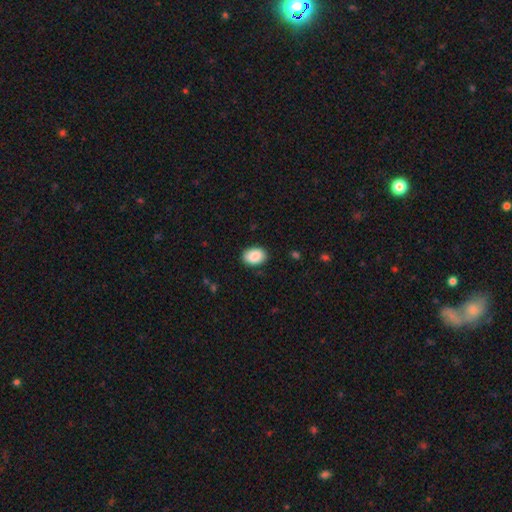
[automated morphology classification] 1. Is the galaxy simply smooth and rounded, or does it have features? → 89% smooth, 7% star or artifact, 4% featured or disk.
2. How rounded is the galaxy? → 79% in between, 20% round, 1% cigar-shaped.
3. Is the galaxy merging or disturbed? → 88% none, 9% minor disturbance, 2% major disturbance, 1% merger.